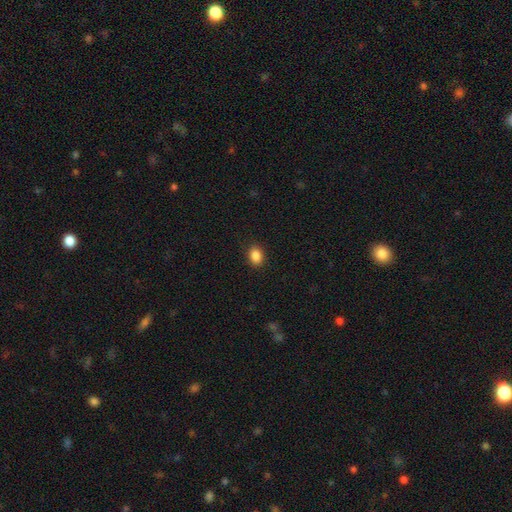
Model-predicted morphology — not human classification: Overall: smooth (87%). How rounded: in between (67%; round 32%). Merging: none (89%).